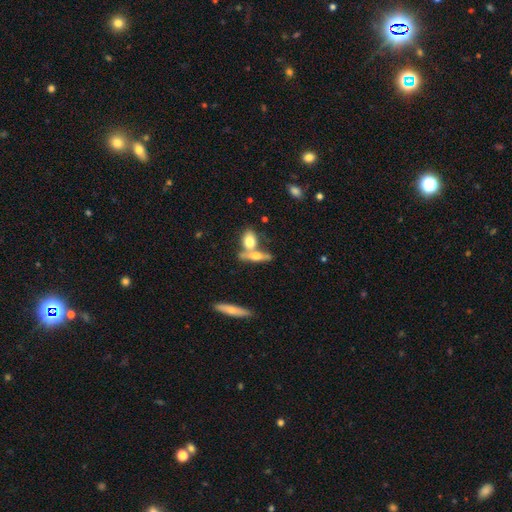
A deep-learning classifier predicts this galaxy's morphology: smooth_or_featured: smooth (p=0.53) [alt: featured or disk p=0.39]
how_rounded: in between (p=0.48) [alt: cigar-shaped p=0.45]
merging: merger (p=0.43) [tied with: none p=0.43]